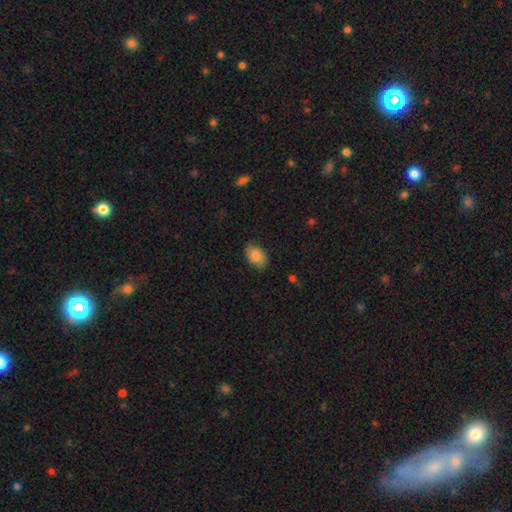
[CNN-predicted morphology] Smooth or featured?
  - smooth: 84% *
  - featured or disk: 9%
  - star or artifact: 7%
How rounded?
  - in between: 86% *
  - round: 13%
  - cigar-shaped: 1%
Merging?
  - none: 82% *
  - minor disturbance: 14%
  - major disturbance: 3%
  - merger: 1%